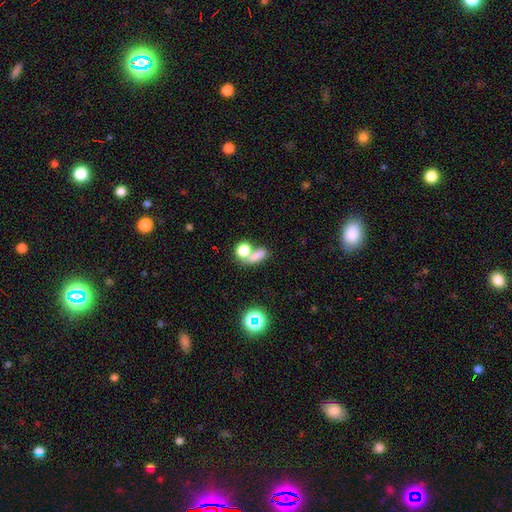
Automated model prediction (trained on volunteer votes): Morphology: type=smooth (74%); roundness=in between (59%); merging=merger (45%).